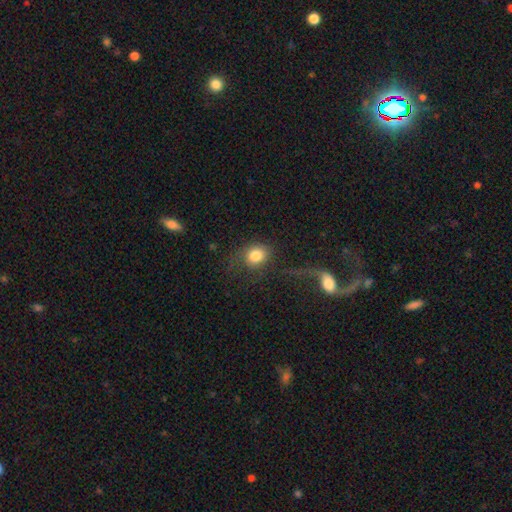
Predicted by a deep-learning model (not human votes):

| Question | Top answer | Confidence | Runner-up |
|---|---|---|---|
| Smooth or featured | smooth | 78% | featured or disk (13%) |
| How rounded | round | 62% | in between (36%) |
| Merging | none | 52% | major disturbance (23%) |